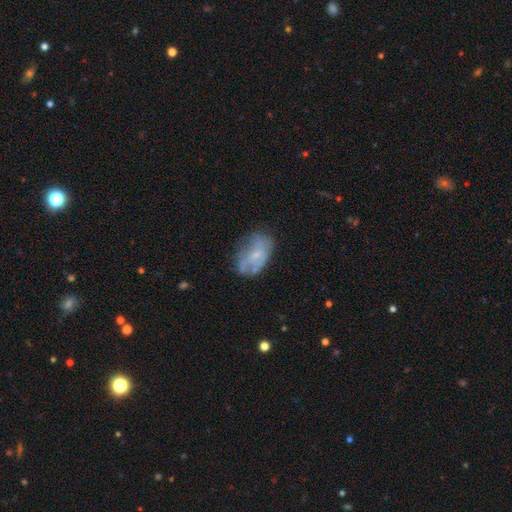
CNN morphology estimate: Smooth or featured: featured or disk — 47% (smooth — 44%)
Merging: none — 52% (minor disturbance — 27%)